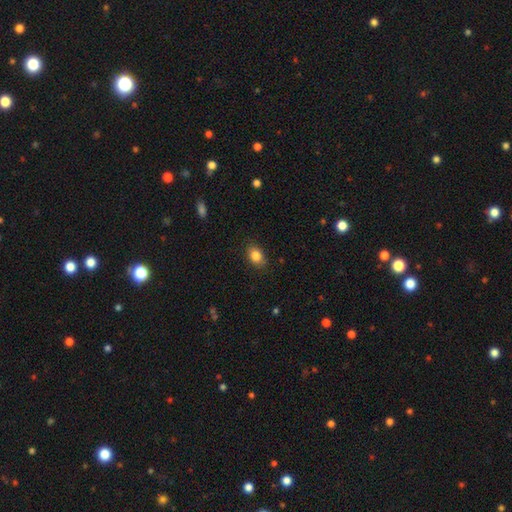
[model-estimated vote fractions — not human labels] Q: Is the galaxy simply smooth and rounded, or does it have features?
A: smooth — 85%.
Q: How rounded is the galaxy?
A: in between — 72%.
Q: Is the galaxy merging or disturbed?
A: none — 85%.